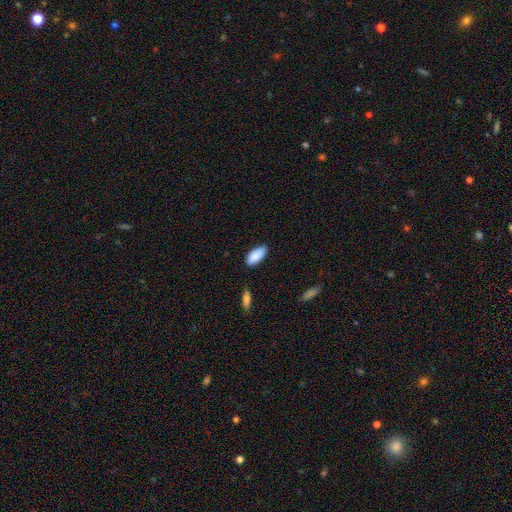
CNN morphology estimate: Smooth or featured? smooth (89%)
How rounded? in between (91%)
Merging? none (83%)